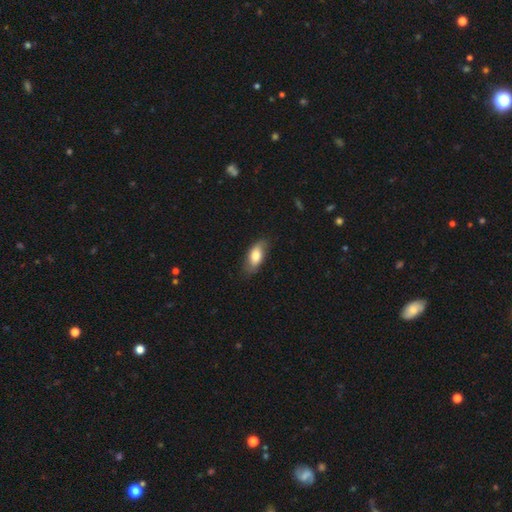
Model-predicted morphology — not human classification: Smooth or featured?
  - smooth: 75% *
  - featured or disk: 19%
  - star or artifact: 6%
How rounded?
  - in between: 86% *
  - cigar-shaped: 10%
  - round: 4%
Merging?
  - none: 77% *
  - minor disturbance: 18%
  - major disturbance: 4%
  - merger: 1%